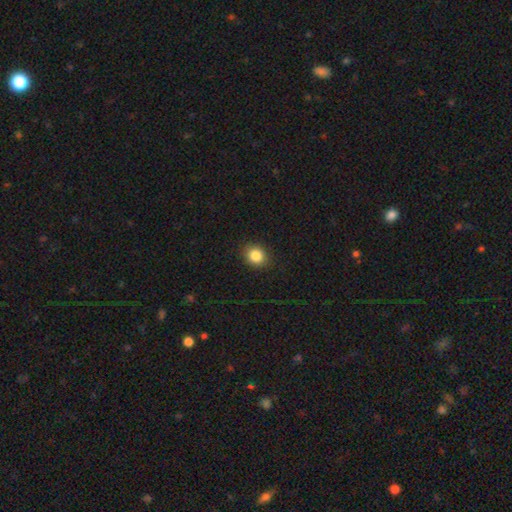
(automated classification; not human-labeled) smooth 85%, star or artifact 10%, featured or disk 5%. Down the decision tree: how rounded — round (70%); merging — none (89%).